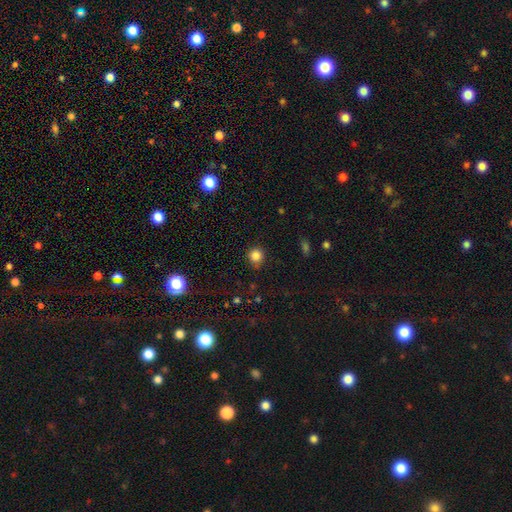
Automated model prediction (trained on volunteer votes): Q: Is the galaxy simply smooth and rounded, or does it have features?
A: smooth — 84%.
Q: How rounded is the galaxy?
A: round — 90%.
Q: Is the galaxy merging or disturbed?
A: none — 82%.